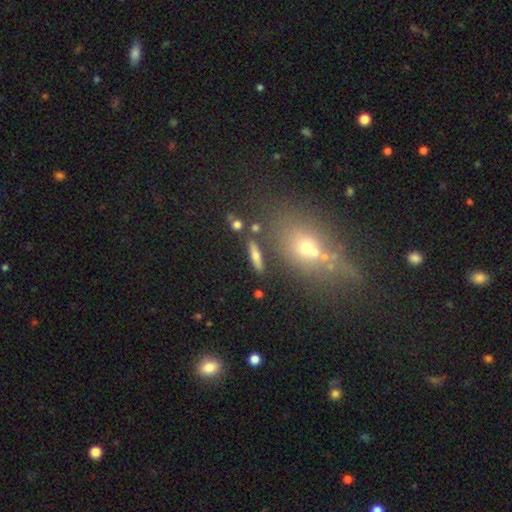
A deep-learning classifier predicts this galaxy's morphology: This is possibly a smooth galaxy (52%). How rounded: likely cigar-shaped (61%). Merging: likely none (77%).